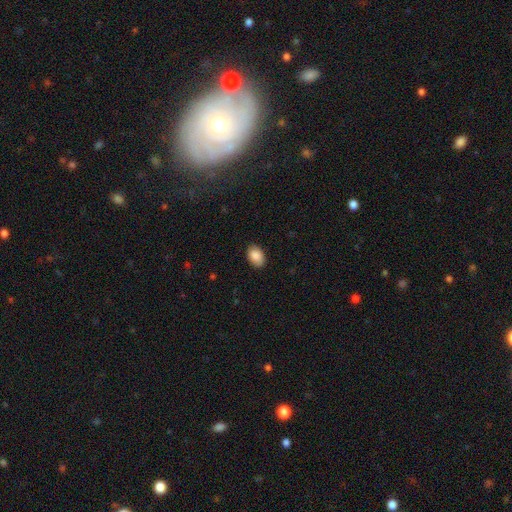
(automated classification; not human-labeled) Smooth or featured: smooth — 89% (star or artifact — 7%)
How rounded: in between — 86% (round — 13%)
Merging: none — 87% (minor disturbance — 10%)